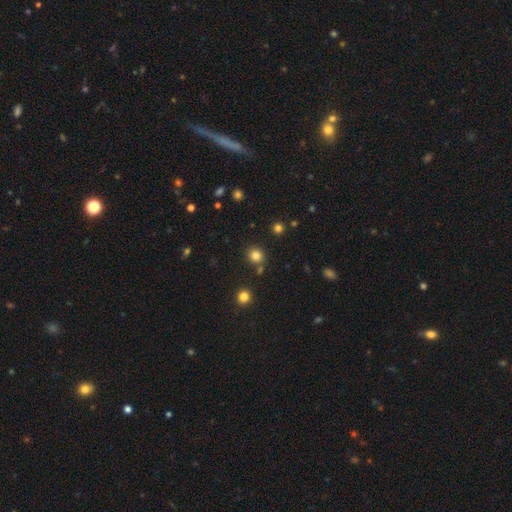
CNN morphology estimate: smooth 81%, star or artifact 14%, featured or disk 5%. Down the decision tree: how rounded — round (87%); merging — none (82%).